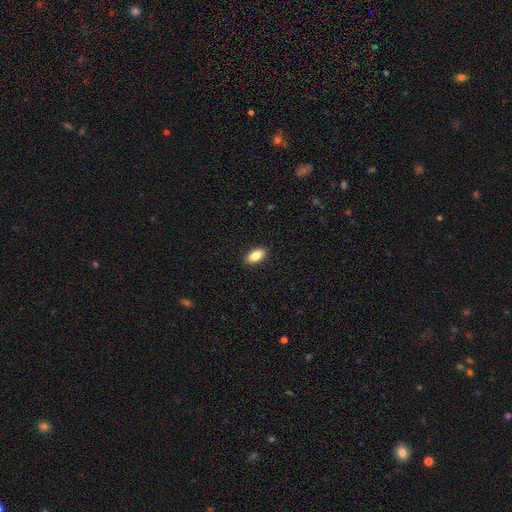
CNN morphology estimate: The model was most divided on "smooth or featured": smooth: 85%, featured or disk: 8%, star or artifact: 7%. More confident: how rounded — in between (91%); merging — none (90%).